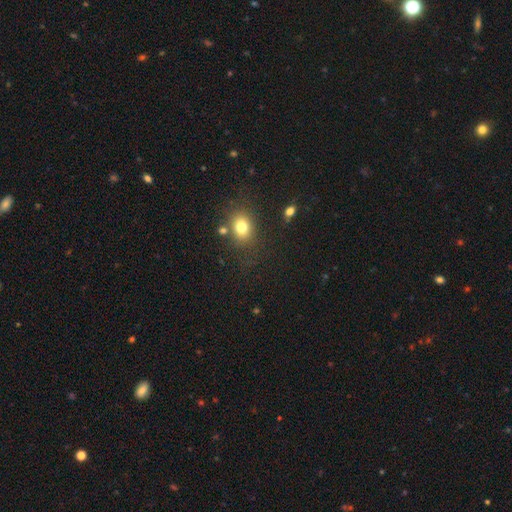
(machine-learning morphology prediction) Smooth or featured? smooth (51%)
How rounded? round (69%)
Merging? none (78%)